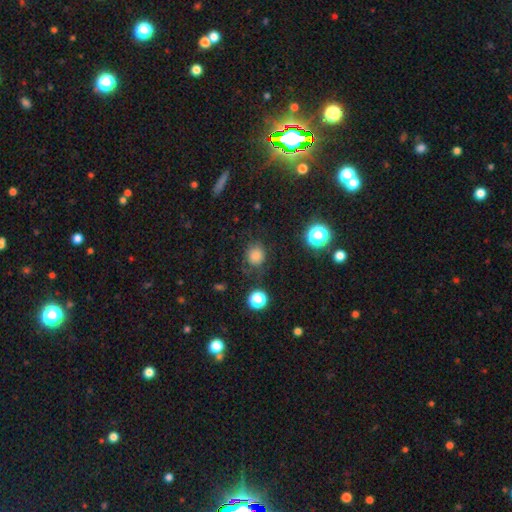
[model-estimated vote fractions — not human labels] This is likely a smooth galaxy (78%). How rounded: clearly round (81%). Merging: likely none (73%).